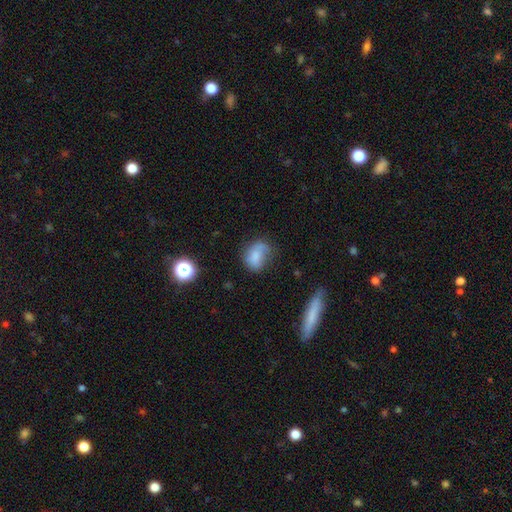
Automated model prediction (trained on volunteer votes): Smooth or featured?
  - smooth: 68% *
  - featured or disk: 21%
  - star or artifact: 11%
How rounded?
  - in between: 63% *
  - round: 35%
  - cigar-shaped: 1%
Merging?
  - none: 42% *
  - minor disturbance: 32%
  - major disturbance: 21%
  - merger: 5%